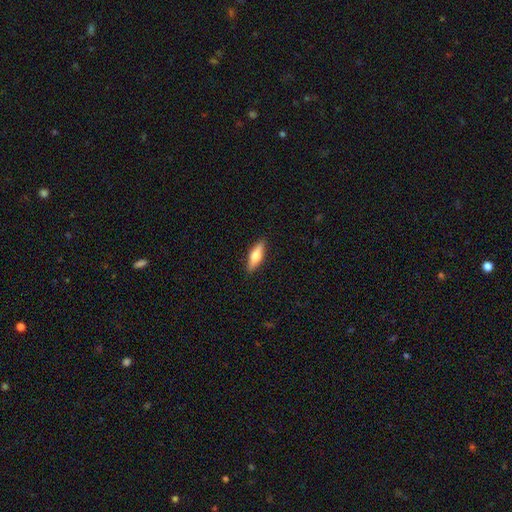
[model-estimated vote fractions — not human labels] Q: Smooth or featured?
A: smooth (58%); runner-up: featured or disk (35%)
Q: How rounded?
A: in between (49%); tied with: cigar-shaped (49%)
Q: Merging?
A: none (89%); runner-up: minor disturbance (8%)